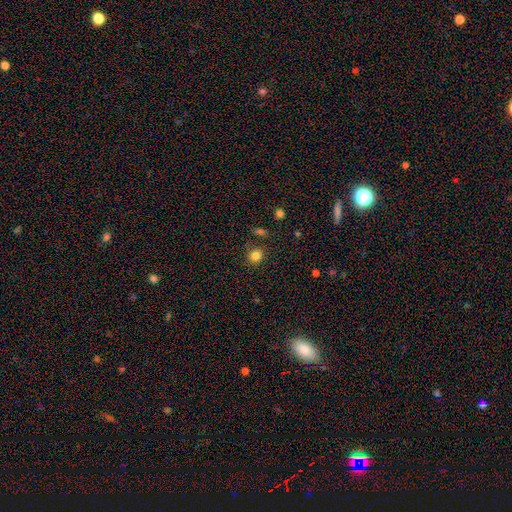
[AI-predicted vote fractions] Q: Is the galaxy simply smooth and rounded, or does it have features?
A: smooth — 83%.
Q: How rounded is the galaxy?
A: round — 78%.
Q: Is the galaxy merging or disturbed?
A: none — 82%.